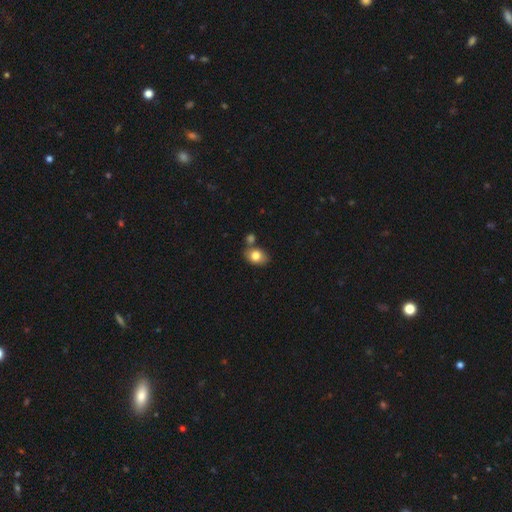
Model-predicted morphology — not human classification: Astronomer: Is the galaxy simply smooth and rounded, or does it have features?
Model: smooth — 80%.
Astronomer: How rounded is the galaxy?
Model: in between — 70%.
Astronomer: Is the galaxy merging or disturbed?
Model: none — 65%.